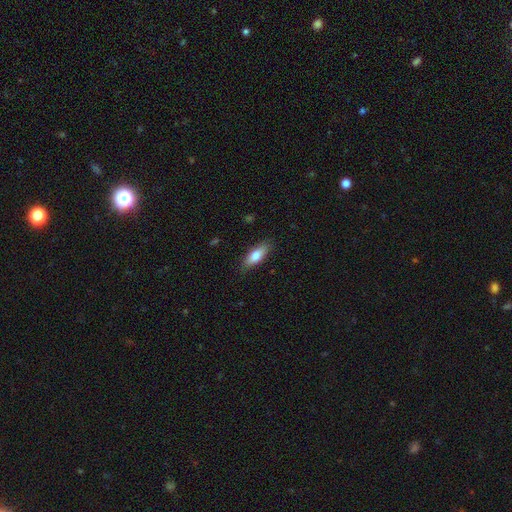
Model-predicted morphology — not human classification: Smooth or featured? smooth (74%)
How rounded? in between (62%)
Merging? none (85%)